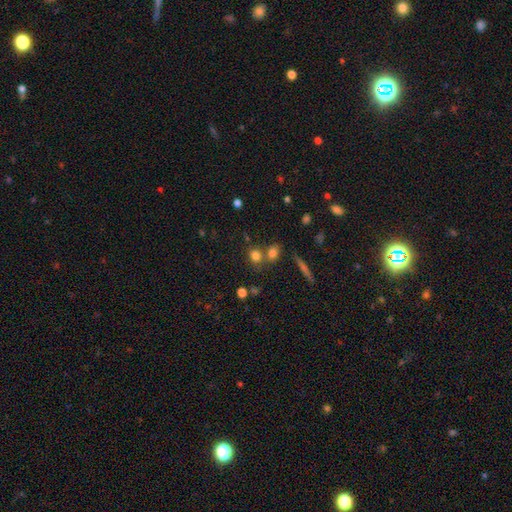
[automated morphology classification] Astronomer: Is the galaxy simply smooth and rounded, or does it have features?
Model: smooth — 76%.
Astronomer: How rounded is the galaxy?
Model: round — 65%.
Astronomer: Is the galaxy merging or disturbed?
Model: none — 57%.